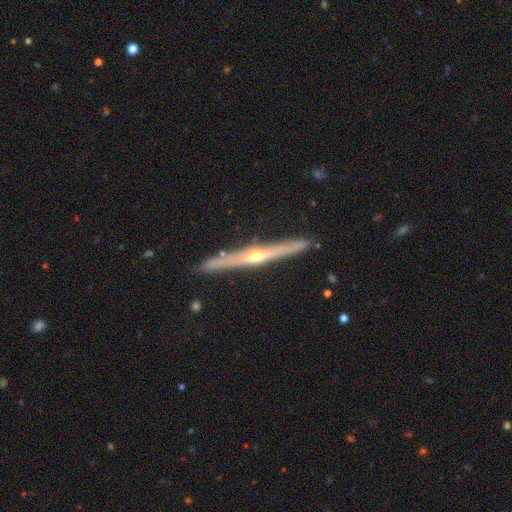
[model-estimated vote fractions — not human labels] Q: Smooth or featured?
A: featured or disk (76%); runner-up: smooth (19%)
Q: Edge-on disk?
A: yes (97%); runner-up: no (3%)
Q: Edge-on bulge?
A: rounded (84%); runner-up: none (14%)
Q: Merging?
A: none (89%); runner-up: minor disturbance (8%)